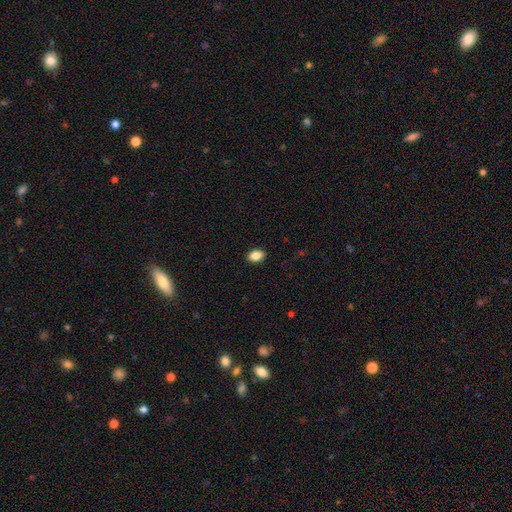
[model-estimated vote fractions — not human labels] smooth_or_featured: smooth (p=0.87) [alt: star or artifact p=0.08]
how_rounded: in between (p=0.84) [alt: round p=0.14]
merging: none (p=0.90) [alt: minor disturbance p=0.07]